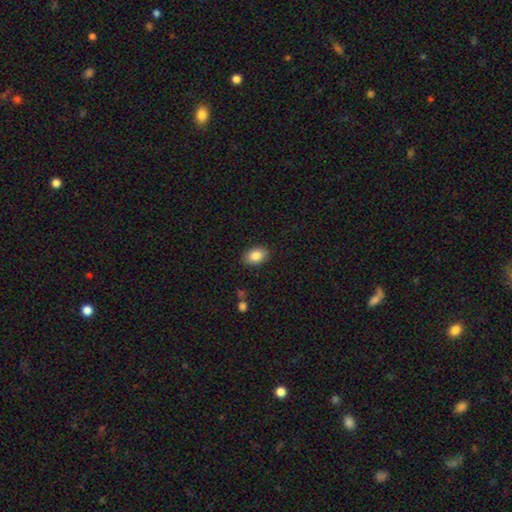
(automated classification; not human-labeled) Smooth or featured? smooth (86%)
How rounded? in between (84%)
Merging? none (87%)